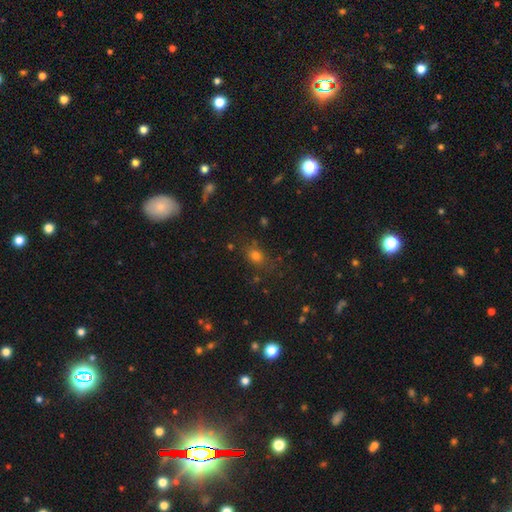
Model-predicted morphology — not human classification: smooth 70%, star or artifact 22%, featured or disk 8%. Down the decision tree: how rounded — round (53%); merging — none (75%).